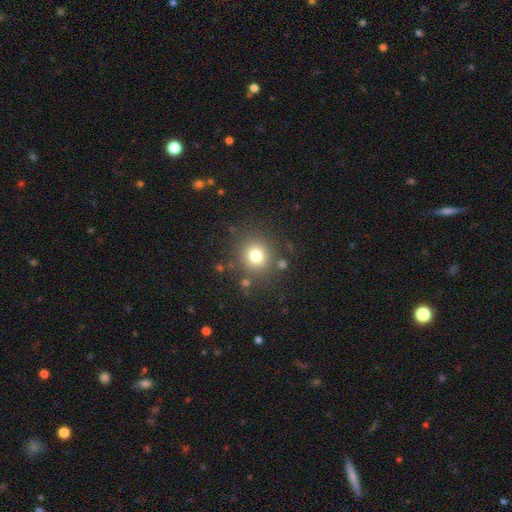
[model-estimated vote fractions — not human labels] A smooth galaxy with no disk features (77%) that is round (87%).

Vote fractions:
- Smooth or featured? smooth: 77% / star or artifact: 14% / featured or disk: 9%
- How rounded? round: 87% / in between: 12% / cigar-shaped: 1%
- Merging? none: 83% / minor disturbance: 9% / major disturbance: 4% / merger: 4%